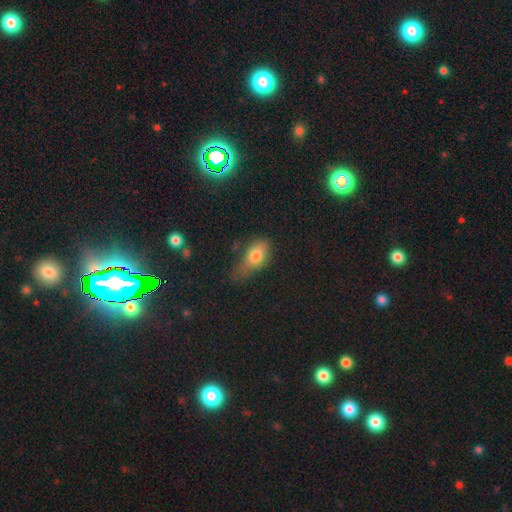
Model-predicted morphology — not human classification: Smooth or featured? Predicted: smooth (p=0.77). How rounded? Predicted: in between (p=0.82). Merging? Predicted: minor disturbance (p=0.38).